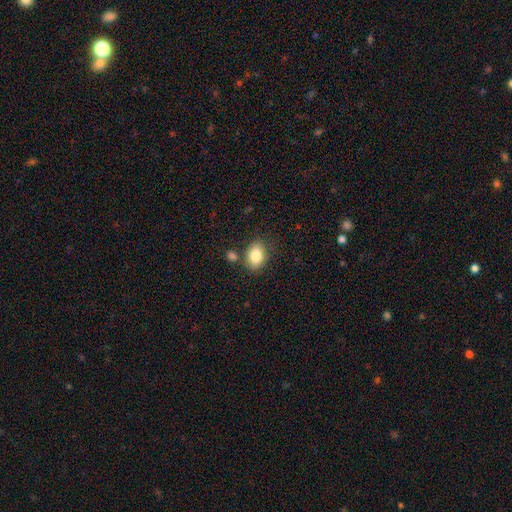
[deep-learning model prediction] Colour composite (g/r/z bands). It shows a smooth galaxy with no disk features (84%) that is in between round and cigar-shaped (80%). Merging: none (73%).